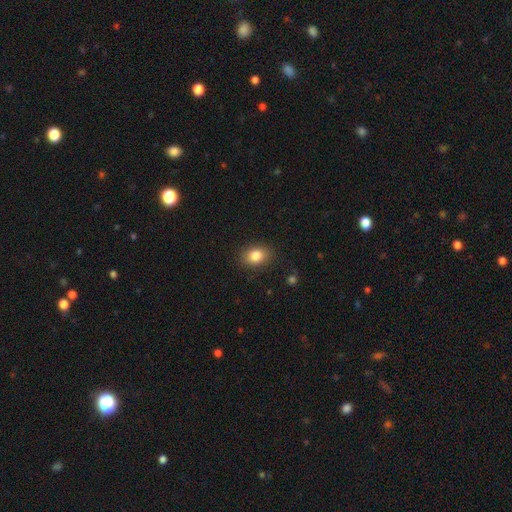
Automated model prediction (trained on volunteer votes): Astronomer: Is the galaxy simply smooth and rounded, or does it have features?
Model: smooth — 84%.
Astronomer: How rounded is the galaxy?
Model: in between — 69%.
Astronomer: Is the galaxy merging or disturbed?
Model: none — 87%.